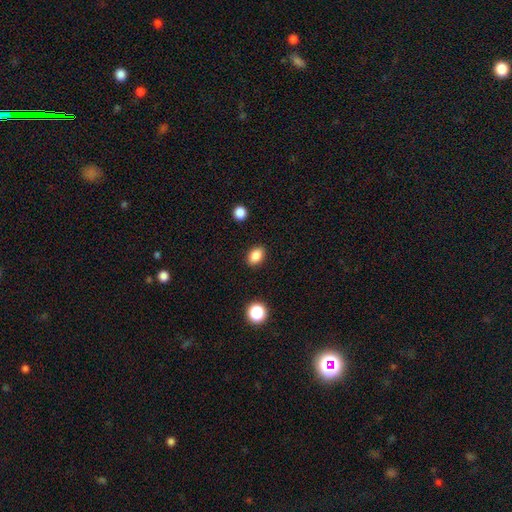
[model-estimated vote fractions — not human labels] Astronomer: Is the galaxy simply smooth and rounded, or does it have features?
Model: smooth — 86%.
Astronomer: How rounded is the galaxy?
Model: in between — 78%.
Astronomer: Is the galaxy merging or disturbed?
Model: none — 89%.